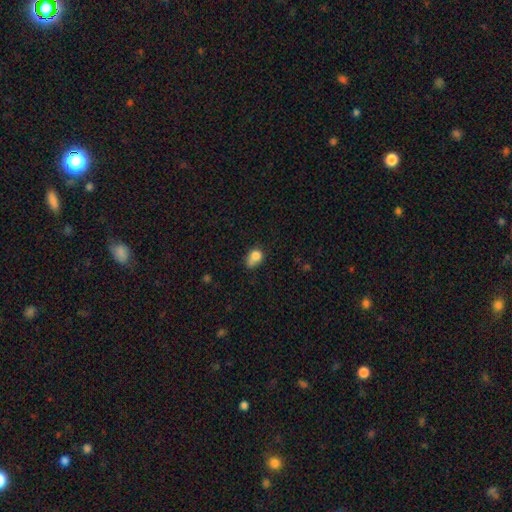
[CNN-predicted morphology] smooth_or_featured: smooth (p=0.79) [alt: star or artifact p=0.11]
how_rounded: in between (p=0.55) [alt: round p=0.44]
merging: none (p=0.35) [tied with: minor disturbance p=0.35]